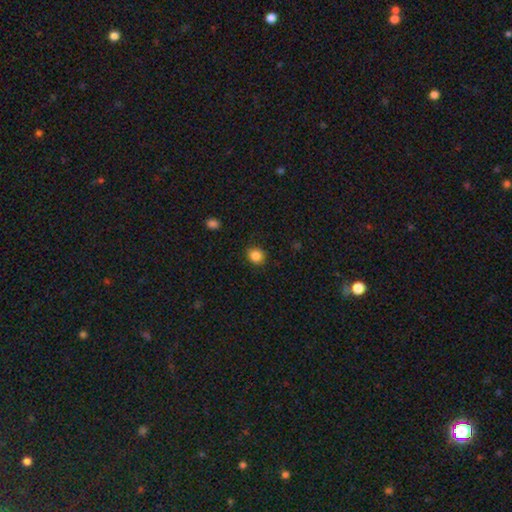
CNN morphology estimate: Smooth or featured: smooth — 86% (star or artifact — 10%)
How rounded: round — 81% (in between — 18%)
Merging: none — 87% (minor disturbance — 9%)